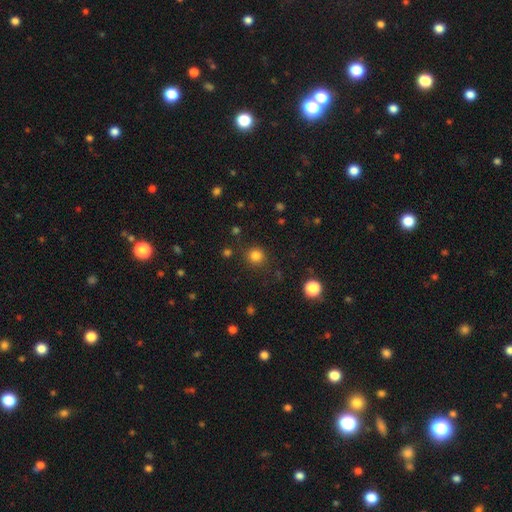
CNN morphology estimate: This is clearly a smooth galaxy (82%). How rounded: clearly round (91%). Merging: clearly none (87%).